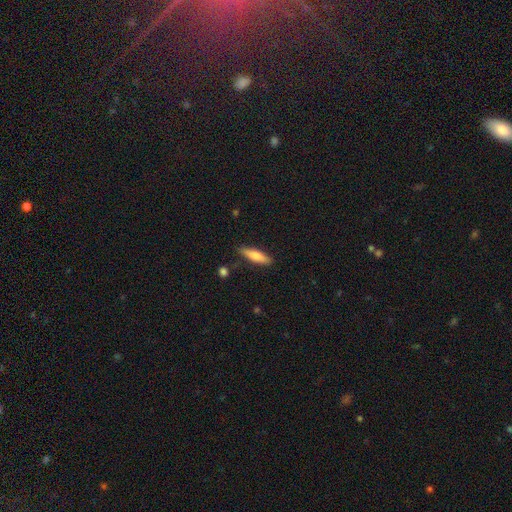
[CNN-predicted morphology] smooth-or-featured: smooth: 75% | featured or disk: 19% | star or artifact: 6%
  how-rounded: cigar-shaped: 65% | in between: 33% | round: 2%
  merging: none: 84% | minor disturbance: 12% | major disturbance: 3% | merger: 2%